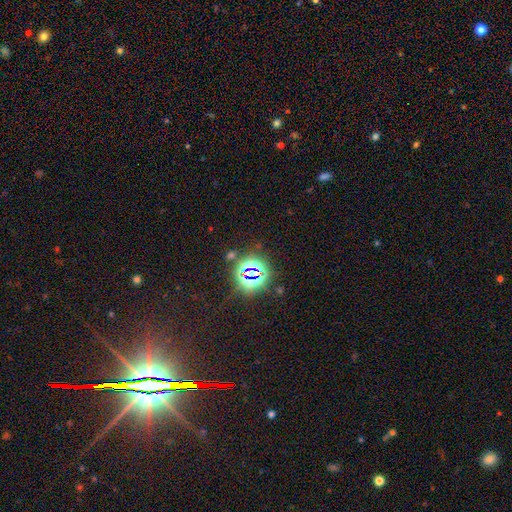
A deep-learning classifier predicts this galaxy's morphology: The model was most divided on "smooth or featured": star or artifact: 81%, smooth: 10%, featured or disk: 9%.